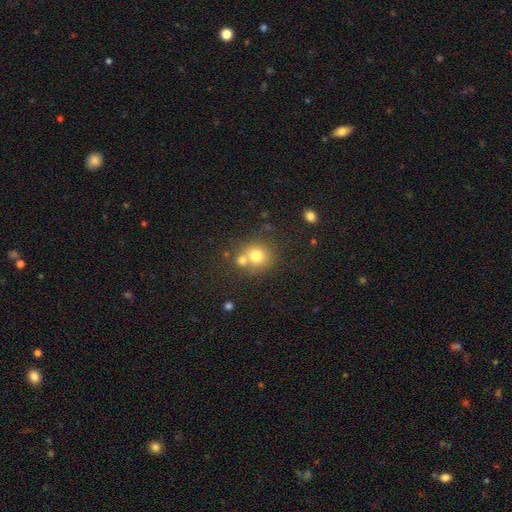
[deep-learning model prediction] Morphology: type=smooth (75%); roundness=round (82%); merging=none (51%).